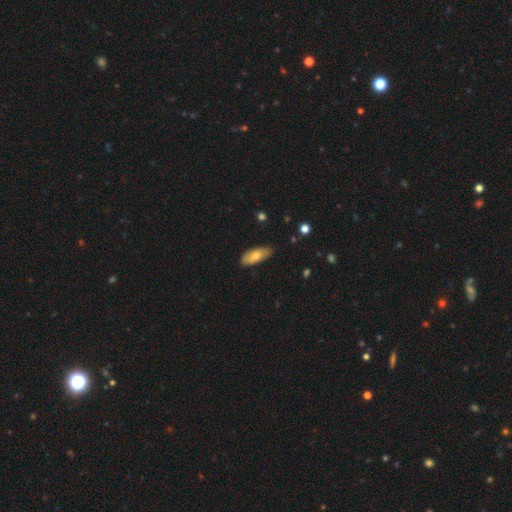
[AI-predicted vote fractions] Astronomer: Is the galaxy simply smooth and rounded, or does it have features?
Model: smooth — 70%.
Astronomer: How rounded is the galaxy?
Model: in between — 77%.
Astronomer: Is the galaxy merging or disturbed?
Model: none — 80%.